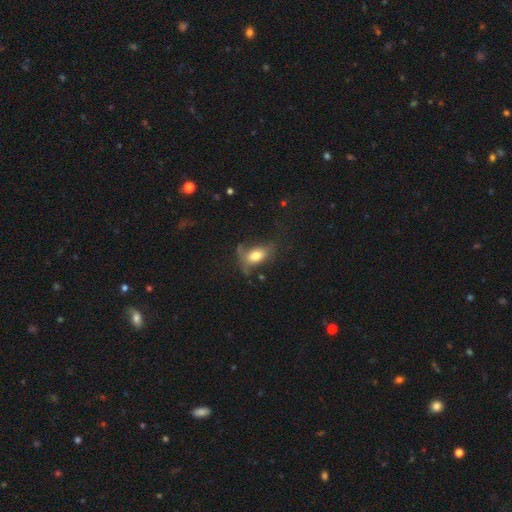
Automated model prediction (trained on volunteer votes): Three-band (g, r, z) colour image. It shows a smooth galaxy with no disk features (70%) that is in between round and cigar-shaped (83%). Merging: none (39%).